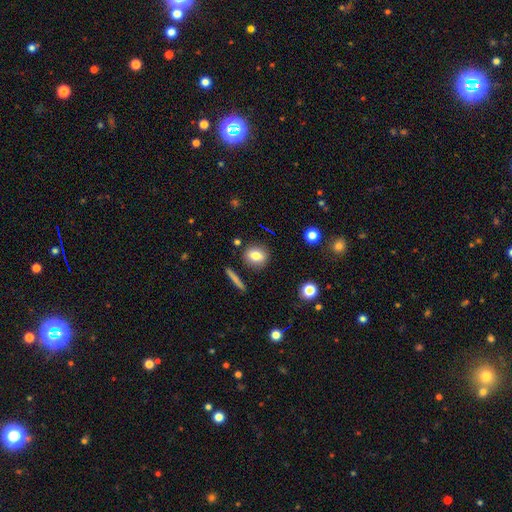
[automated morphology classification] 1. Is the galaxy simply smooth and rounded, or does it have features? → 77% smooth, 13% featured or disk, 10% star or artifact.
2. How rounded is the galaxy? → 62% round, 35% in between, 3% cigar-shaped.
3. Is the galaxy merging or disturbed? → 85% none, 9% minor disturbance, 3% merger, 3% major disturbance.